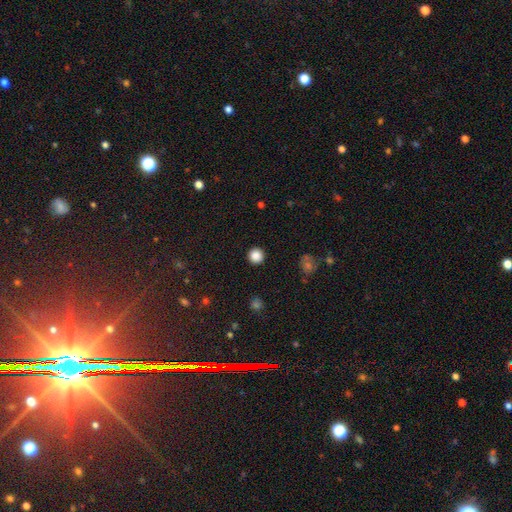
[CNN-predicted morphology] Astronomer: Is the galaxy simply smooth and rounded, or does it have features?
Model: smooth — 86%.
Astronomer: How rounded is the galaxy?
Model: round — 95%.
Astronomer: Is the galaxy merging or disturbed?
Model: none — 92%.